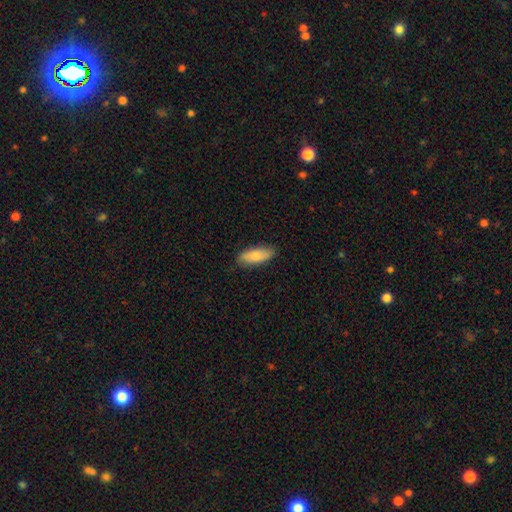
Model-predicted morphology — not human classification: Smooth or featured: smooth — 82% (featured or disk — 13%)
How rounded: in between — 72% (cigar-shaped — 26%)
Merging: none — 84% (minor disturbance — 13%)